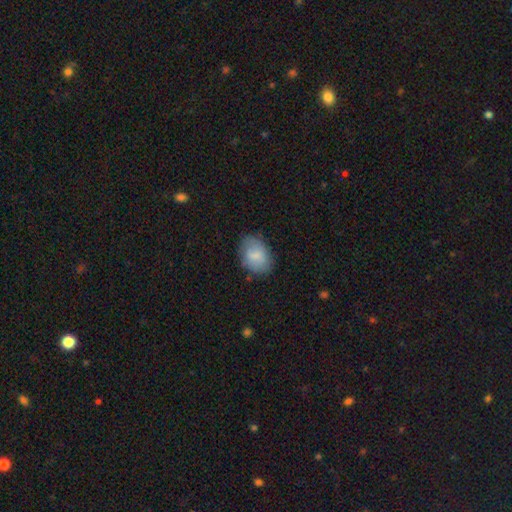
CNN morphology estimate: This appears to be a smooth galaxy with no disk features (78%) that is in between round and cigar-shaped (79%). Merging: none (72%).